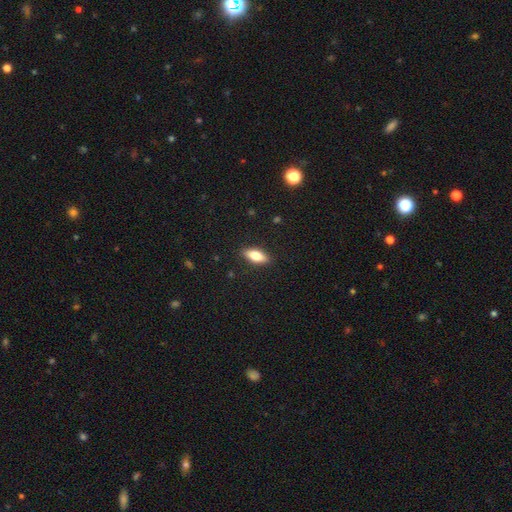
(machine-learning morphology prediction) This appears to be a smooth galaxy with no disk features (72%) that is in between round and cigar-shaped (75%). Merging: none (88%).